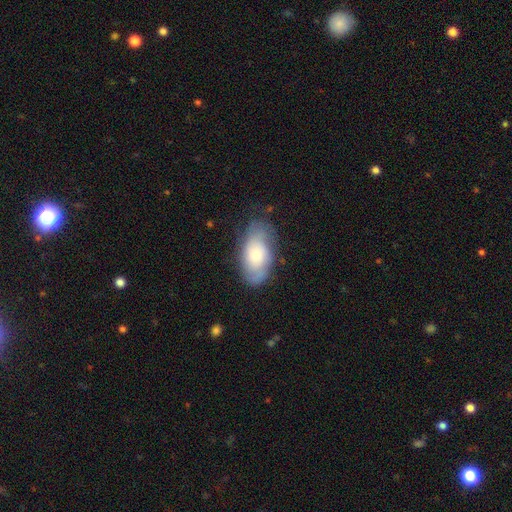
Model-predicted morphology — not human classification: This is possibly a smooth galaxy (51%). How rounded: clearly in between (92%). Merging: likely none (68%).